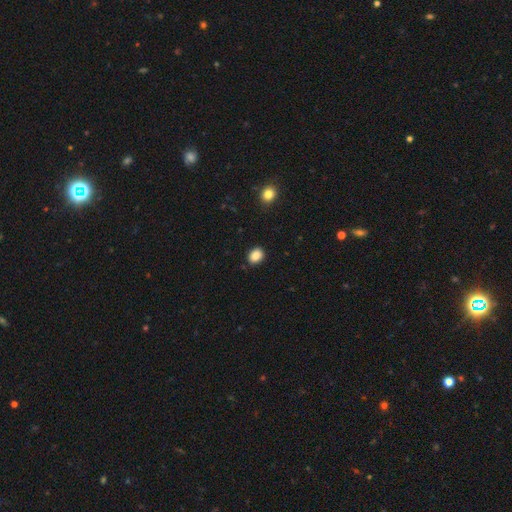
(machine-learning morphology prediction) Smooth or featured? Predicted: smooth (p=0.87). How rounded? Predicted: in between (p=0.59). Merging? Predicted: none (p=0.88).